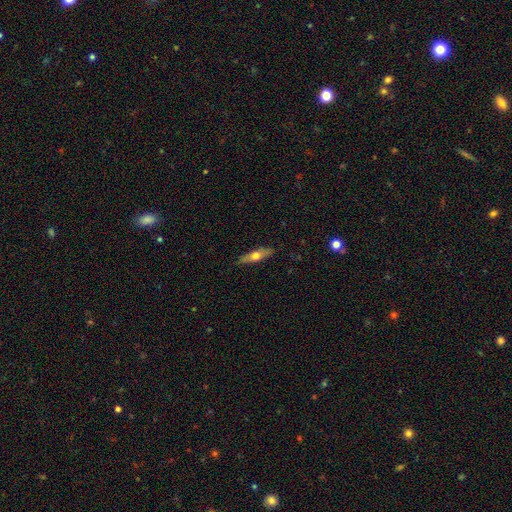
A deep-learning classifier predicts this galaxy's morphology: smooth-or-featured: smooth: 51% | featured or disk: 43% | star or artifact: 6%
  how-rounded: cigar-shaped: 64% | in between: 33% | round: 3%
  merging: none: 86% | minor disturbance: 11% | major disturbance: 2% | merger: 1%